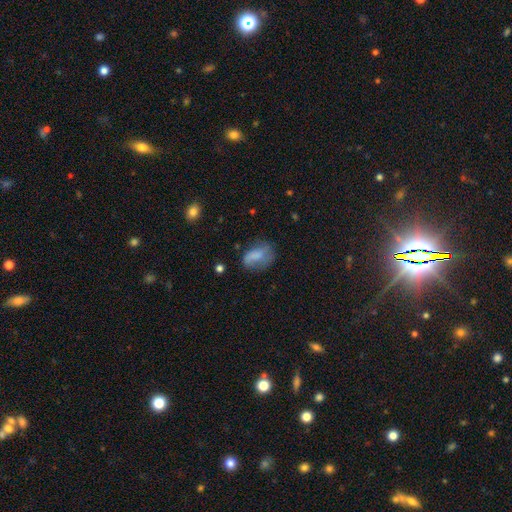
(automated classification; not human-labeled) The model was most divided on "merging": none: 44%, minor disturbance: 31%, major disturbance: 22%, merger: 3%. More confident: how rounded — in between (82%); smooth or featured — smooth (69%).